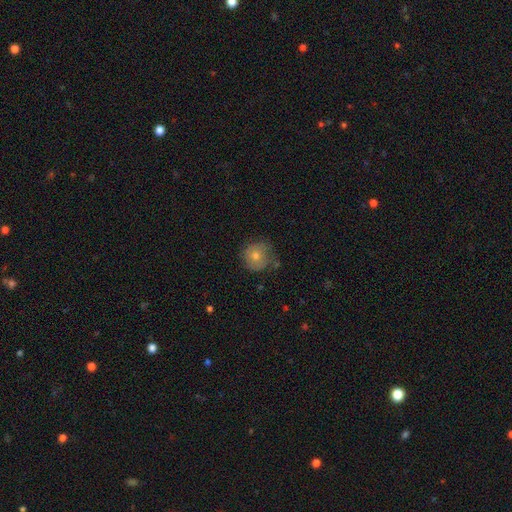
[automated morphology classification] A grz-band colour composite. It shows a smooth galaxy with no disk features (59%) that is round (91%). Merging: none (71%).